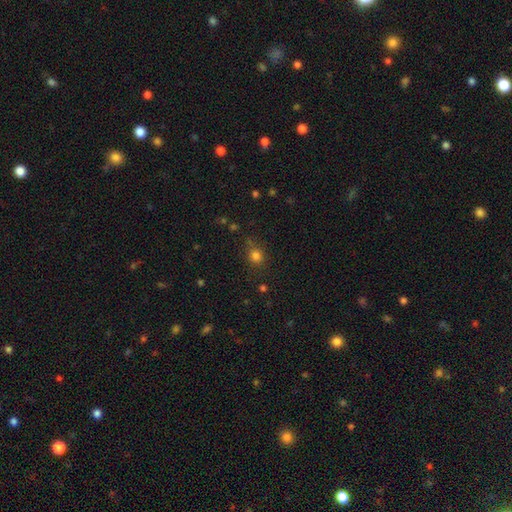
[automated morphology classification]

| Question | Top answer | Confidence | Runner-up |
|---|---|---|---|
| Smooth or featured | smooth | 79% | star or artifact (16%) |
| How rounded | round | 84% | in between (15%) |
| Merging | none | 75% | minor disturbance (15%) |